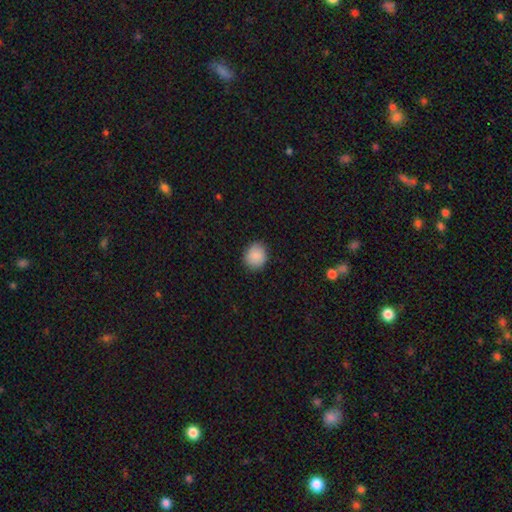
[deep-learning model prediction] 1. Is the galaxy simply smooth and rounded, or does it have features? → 87% smooth, 8% star or artifact, 5% featured or disk.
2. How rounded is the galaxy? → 72% round, 27% in between, 1% cigar-shaped.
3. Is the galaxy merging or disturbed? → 87% none, 10% minor disturbance, 2% major disturbance, 1% merger.